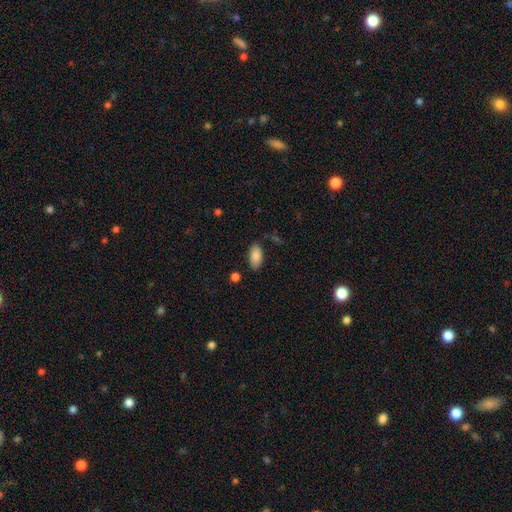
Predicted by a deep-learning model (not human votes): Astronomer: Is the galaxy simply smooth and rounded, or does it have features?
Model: smooth — 88%.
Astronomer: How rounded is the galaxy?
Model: in between — 94%.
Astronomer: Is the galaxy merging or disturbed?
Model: none — 80%.